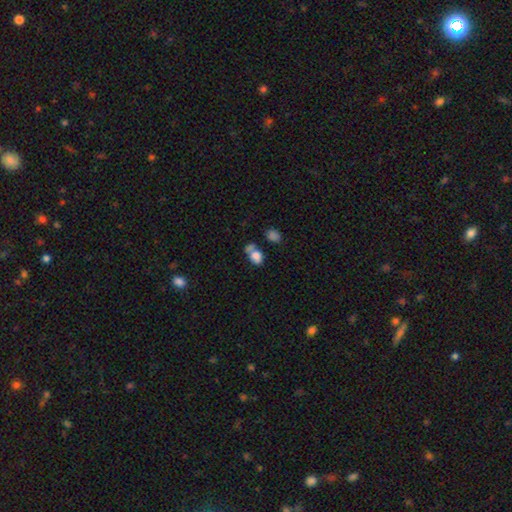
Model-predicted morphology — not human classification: smooth-or-featured: smooth: 77% | featured or disk: 12% | star or artifact: 10%
  how-rounded: in between: 64% | round: 35% | cigar-shaped: 2%
  merging: merger: 38% (tied) | none: 38% (tied) | minor disturbance: 15% | major disturbance: 9%